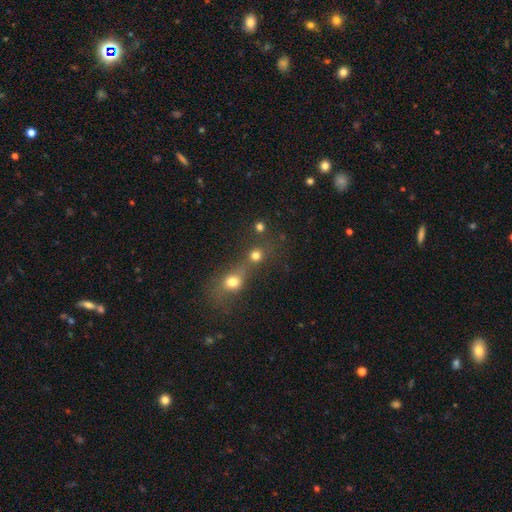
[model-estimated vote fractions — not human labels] This appears to be a smooth galaxy with no disk features (74%) that is round (86%). Merging: merger (45%).